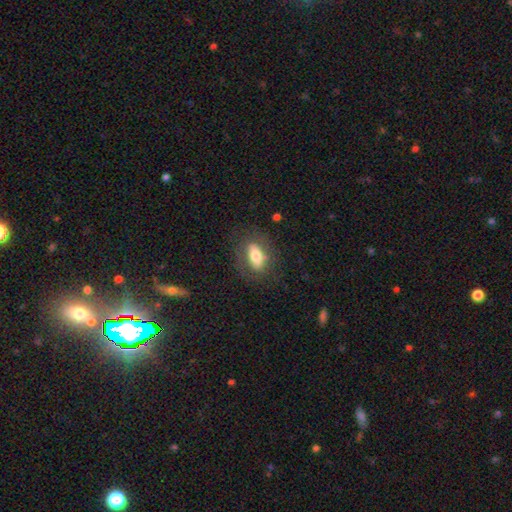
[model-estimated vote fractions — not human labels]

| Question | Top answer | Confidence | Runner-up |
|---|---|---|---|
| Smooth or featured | smooth | 61% | featured or disk (31%) |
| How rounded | in between | 81% | cigar-shaped (11%) |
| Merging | none | 72% | minor disturbance (17%) |